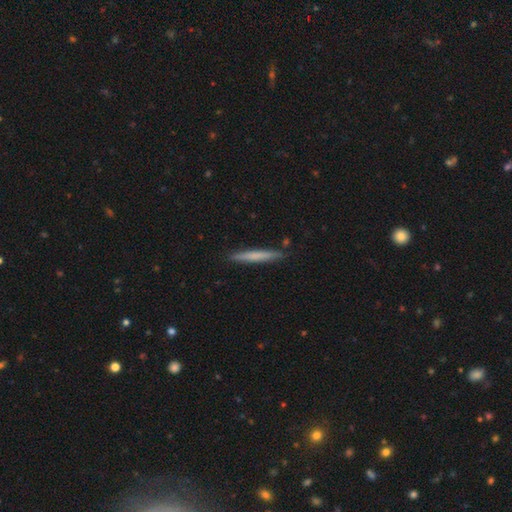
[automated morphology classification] This appears to be a smooth galaxy with no disk features (64%) that is cigar-shaped (96%). Merging: none (90%).